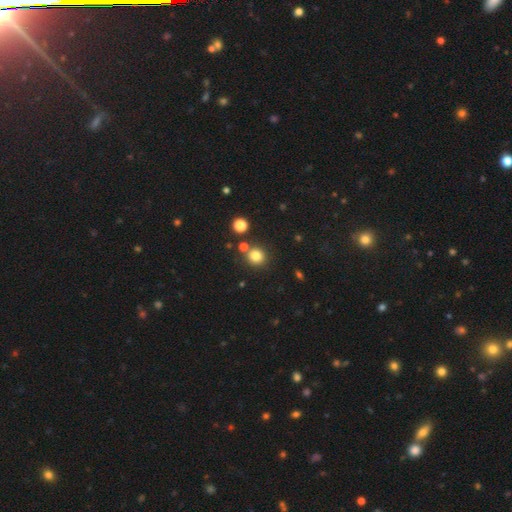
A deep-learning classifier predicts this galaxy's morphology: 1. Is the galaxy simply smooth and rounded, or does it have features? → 80% smooth, 14% star or artifact, 6% featured or disk.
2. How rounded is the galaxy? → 89% round, 10% in between, 1% cigar-shaped.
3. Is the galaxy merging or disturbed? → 77% none, 12% merger, 8% minor disturbance, 3% major disturbance.